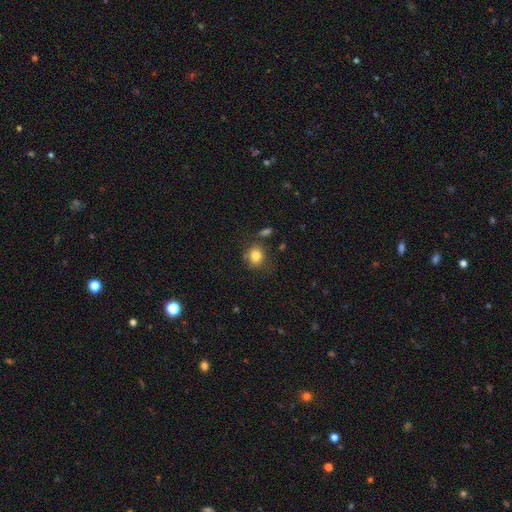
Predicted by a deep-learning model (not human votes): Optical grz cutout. It shows a smooth galaxy with no disk features (82%) that is round (70%). Merging: none (73%).